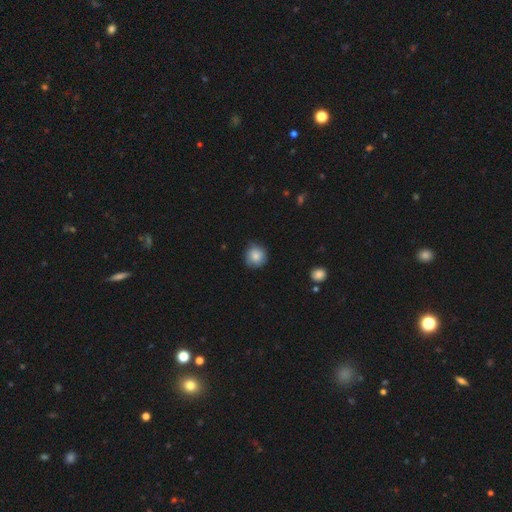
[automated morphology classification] Smooth or featured? smooth (84%)
How rounded? round (92%)
Merging? none (80%)